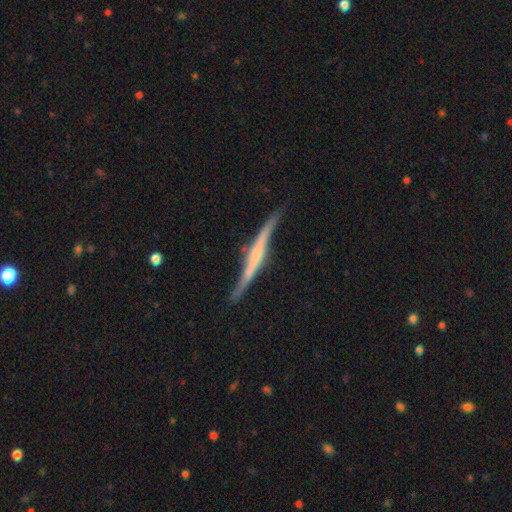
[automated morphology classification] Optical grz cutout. It shows a featured or disk galaxy (76%) viewed edge-on (90%) with a rounded central bulge (36%). Merging: none (67%).